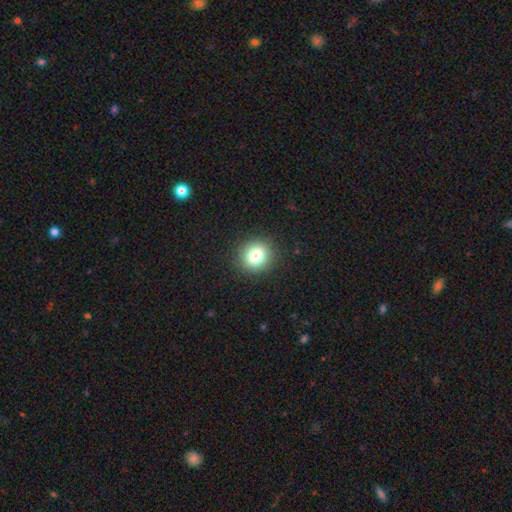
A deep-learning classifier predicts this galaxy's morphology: Q: Smooth or featured?
A: smooth (80%); runner-up: star or artifact (12%)
Q: How rounded?
A: round (79%); runner-up: in between (20%)
Q: Merging?
A: none (90%); runner-up: minor disturbance (7%)